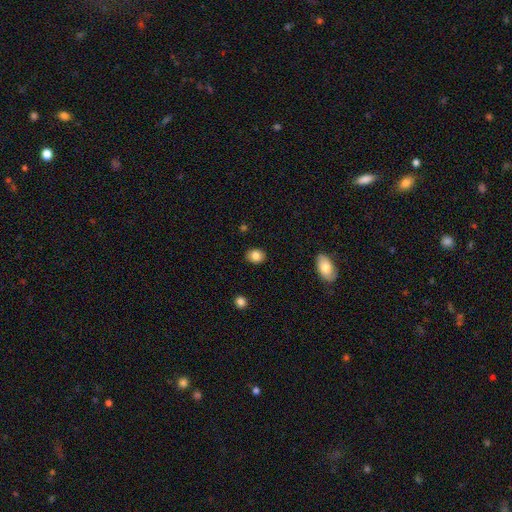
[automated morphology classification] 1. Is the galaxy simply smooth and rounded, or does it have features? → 84% smooth, 9% star or artifact, 7% featured or disk.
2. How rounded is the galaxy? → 50% in between, 49% round, 1% cigar-shaped.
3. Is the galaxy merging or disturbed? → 88% none, 8% minor disturbance, 2% major disturbance, 1% merger.